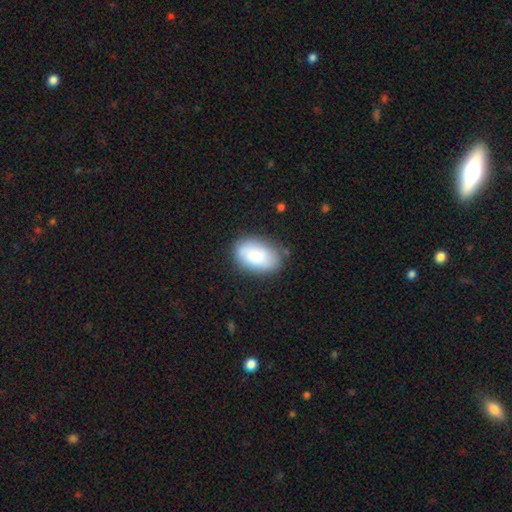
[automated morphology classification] The model was most divided on "merging": none: 71%, minor disturbance: 20%, major disturbance: 6%, merger: 3%. More confident: how rounded — in between (91%); smooth or featured — smooth (78%).